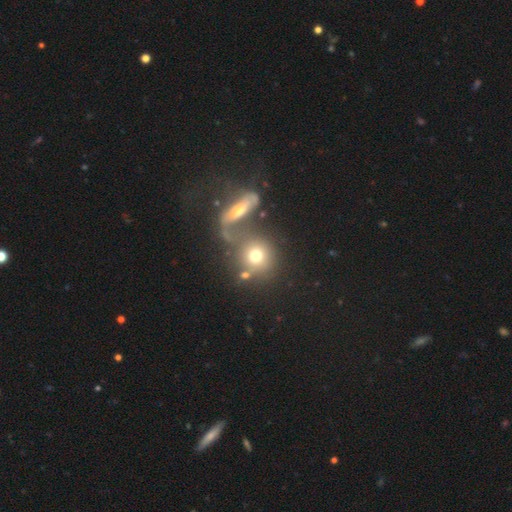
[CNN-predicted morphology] Overall: smooth (67%). How rounded: round (84%). Merging: none (41%, tied with merger).